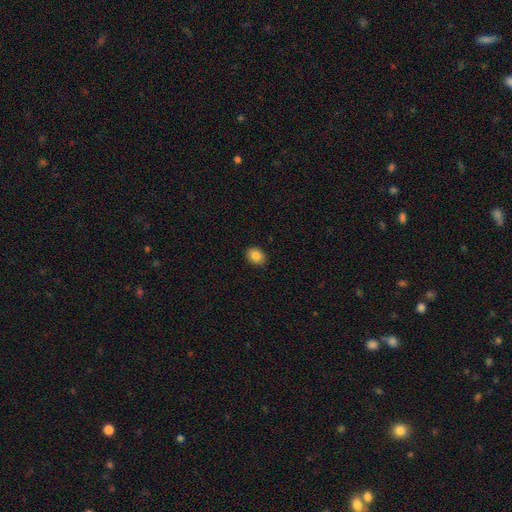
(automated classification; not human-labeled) smooth-or-featured: smooth: 85% | star or artifact: 9% | featured or disk: 6%
  how-rounded: in between: 67% | round: 32% | cigar-shaped: 1%
  merging: none: 89% | minor disturbance: 8% | major disturbance: 2% | merger: 1%